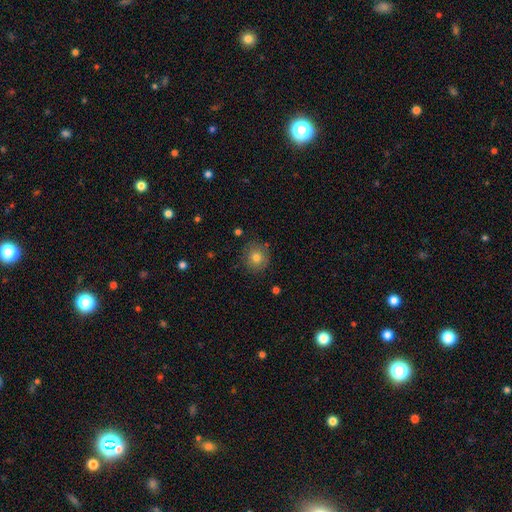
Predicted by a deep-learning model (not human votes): Smooth or featured? Predicted: smooth (p=0.77). How rounded? Predicted: round (p=0.90). Merging? Predicted: none (p=0.84).